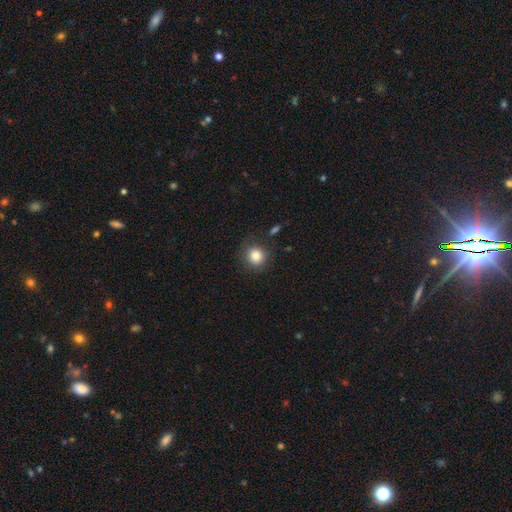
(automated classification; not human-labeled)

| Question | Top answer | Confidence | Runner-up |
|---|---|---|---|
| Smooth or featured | smooth | 84% | star or artifact (10%) |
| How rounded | round | 89% | in between (10%) |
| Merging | none | 82% | minor disturbance (12%) |